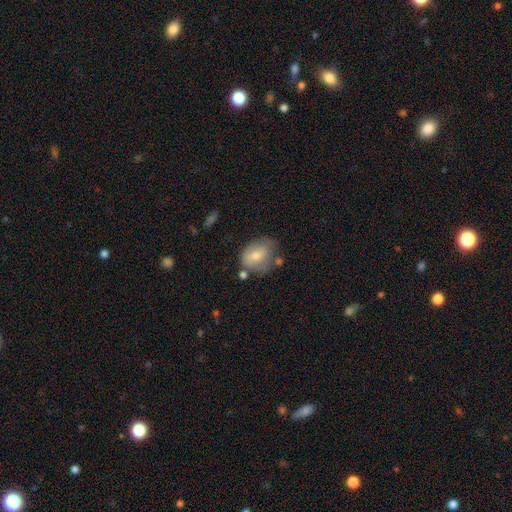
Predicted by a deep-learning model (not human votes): Smooth or featured? smooth (67%)
How rounded? in between (55%)
Merging? none (47%)